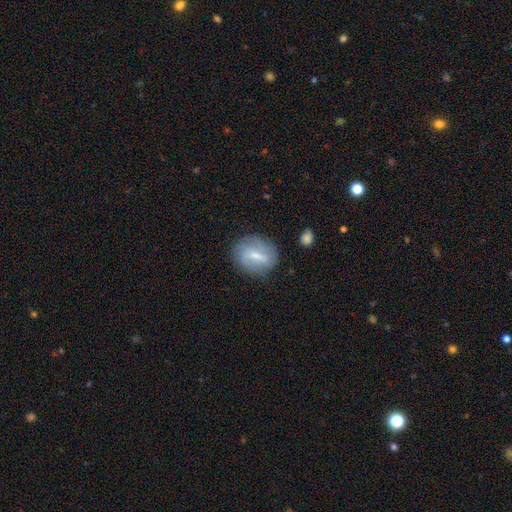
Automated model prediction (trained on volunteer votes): Smooth or featured? Predicted: featured or disk (p=0.49). Merging? Predicted: none (p=0.75).